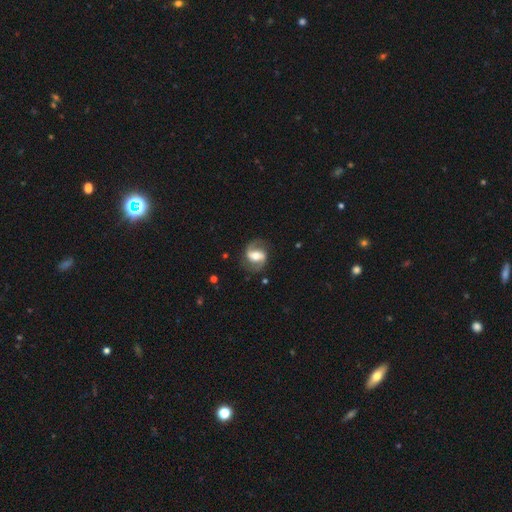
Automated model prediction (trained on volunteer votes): A featured or disk galaxy (81%) with a weak bar (40%), 2 (92%) medium (46%) spiral arms (93%) and a moderate central bulge (62%).

Vote fractions:
- Smooth or featured? featured or disk: 81% / smooth: 13% / star or artifact: 6%
- Edge-on disk? no: 97% / yes: 3%
- Bar? weak: 40% / strong: 39% / no: 21%
- Spiral arms? yes: 93% / no: 7%
- Spiral winding? medium: 46% / loose: 38% / tight: 16%
- Spiral arm count? 2: 92% / can't tell: 3% / 1: 2% / 3: 1% / 4: 1% / more than 4: 1%
- Bulge size? moderate: 62% / large: 18% / small: 16% / dominant: 2% / none: 2%
- Merging? none: 80% / minor disturbance: 13% / major disturbance: 6% / merger: 1%